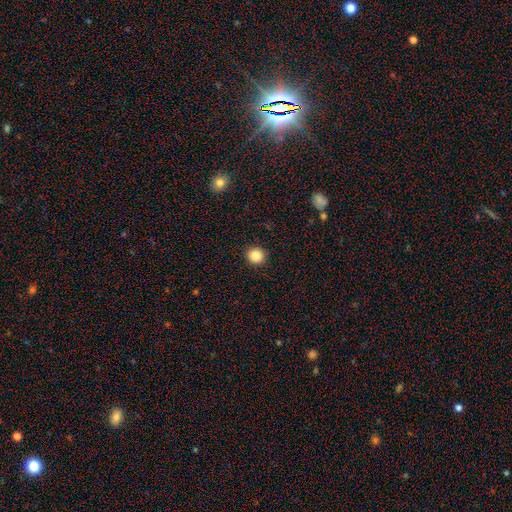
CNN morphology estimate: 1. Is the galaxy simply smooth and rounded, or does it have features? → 85% smooth, 10% star or artifact, 5% featured or disk.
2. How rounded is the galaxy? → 92% round, 7% in between, 1% cigar-shaped.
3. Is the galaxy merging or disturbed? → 93% none, 5% minor disturbance, 2% major disturbance, 1% merger.